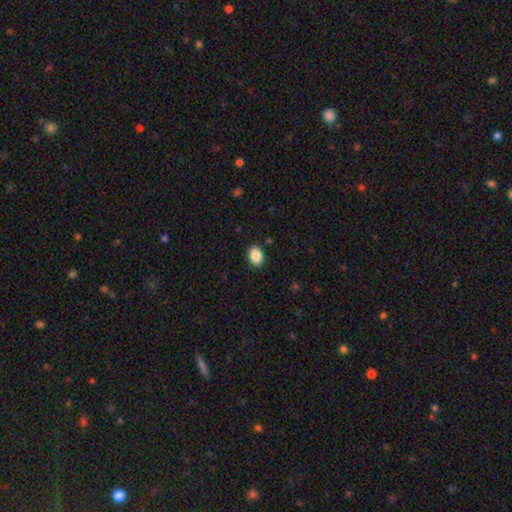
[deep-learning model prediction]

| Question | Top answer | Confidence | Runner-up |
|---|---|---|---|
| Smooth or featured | smooth | 88% | star or artifact (8%) |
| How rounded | in between | 75% | round (24%) |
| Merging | none | 89% | minor disturbance (8%) |